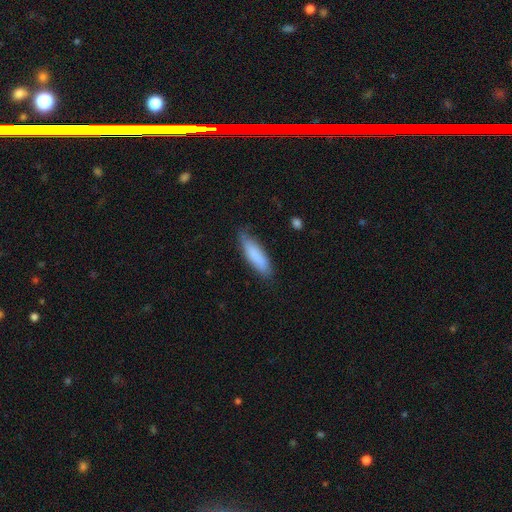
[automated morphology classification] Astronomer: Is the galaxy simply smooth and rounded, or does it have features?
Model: smooth — 84%.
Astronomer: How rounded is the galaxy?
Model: cigar-shaped — 60% (runner-up: in between, 38%).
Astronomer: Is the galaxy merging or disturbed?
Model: none — 76%.